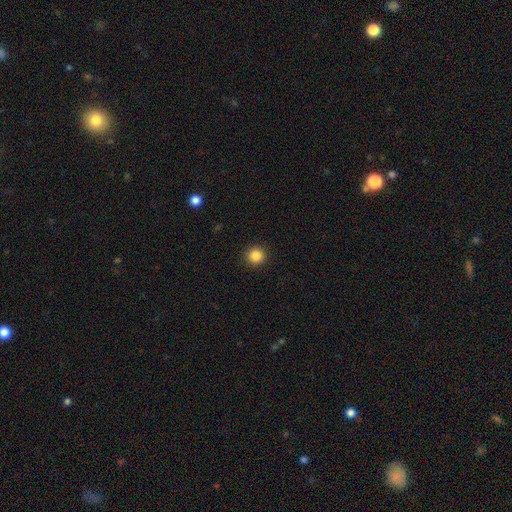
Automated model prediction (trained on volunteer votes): This is clearly a smooth galaxy (87%). How rounded: clearly round (94%). Merging: clearly none (93%).